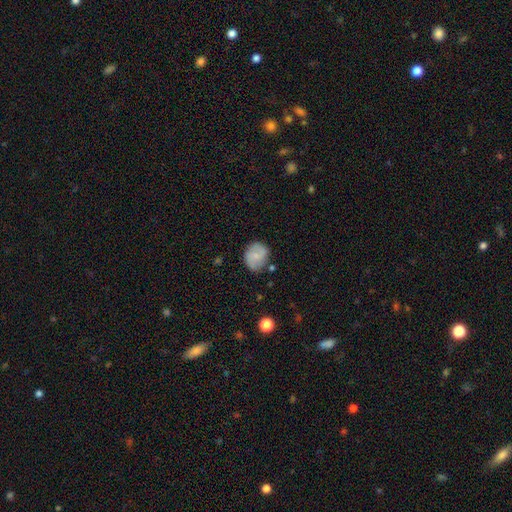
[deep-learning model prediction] Smooth or featured: smooth — 60% (featured or disk — 32%)
How rounded: round — 68% (in between — 31%)
Merging: none — 69% (minor disturbance — 23%)